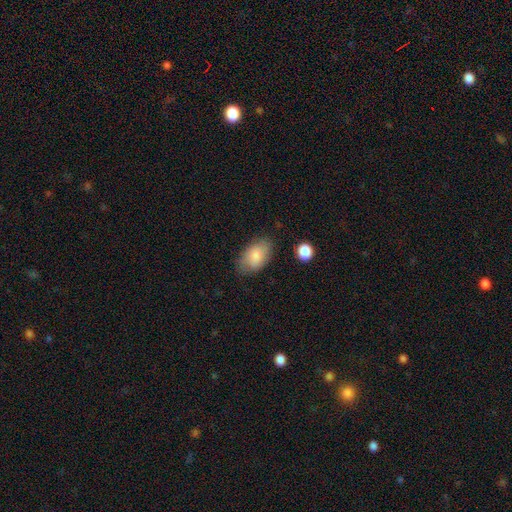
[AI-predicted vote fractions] A smooth galaxy with no disk features (83%) that is in between round and cigar-shaped (92%).

Vote fractions:
- Smooth or featured? smooth: 83% / featured or disk: 11% / star or artifact: 7%
- How rounded? in between: 92% / round: 7% / cigar-shaped: 2%
- Merging? none: 75% / minor disturbance: 18% / major disturbance: 5% / merger: 2%